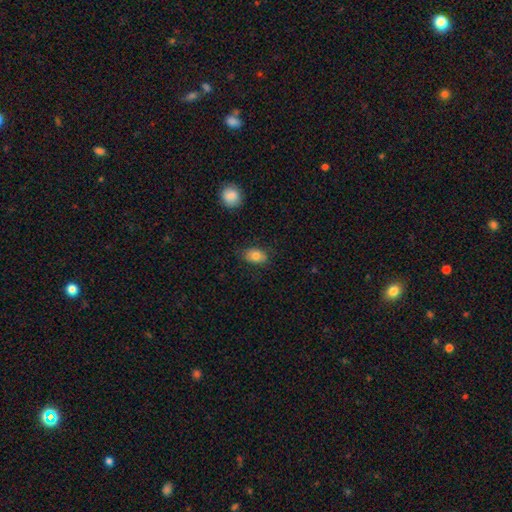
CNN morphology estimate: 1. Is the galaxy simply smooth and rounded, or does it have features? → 81% smooth, 11% featured or disk, 8% star or artifact.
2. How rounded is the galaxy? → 83% in between, 16% round, 1% cigar-shaped.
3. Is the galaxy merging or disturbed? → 78% none, 17% minor disturbance, 4% major disturbance, 1% merger.